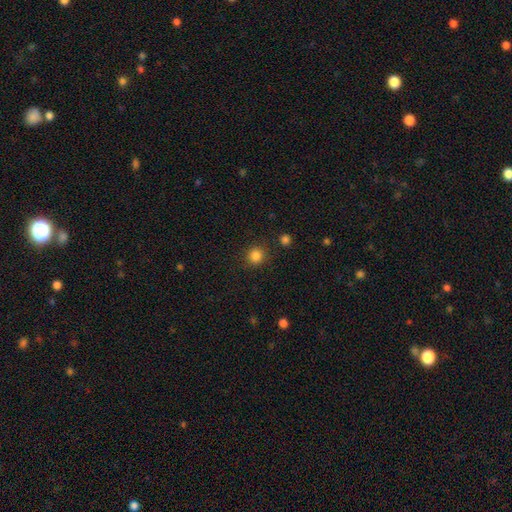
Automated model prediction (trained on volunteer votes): smooth-or-featured: smooth: 84% | star or artifact: 12% | featured or disk: 4%
  how-rounded: round: 90% | in between: 9% | cigar-shaped: 1%
  merging: none: 88% | minor disturbance: 7% | major disturbance: 3% | merger: 2%